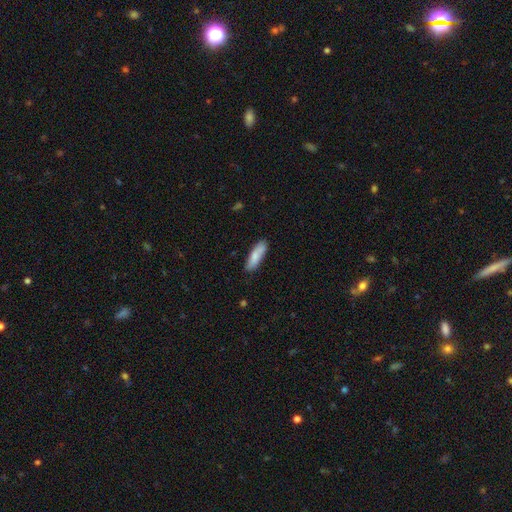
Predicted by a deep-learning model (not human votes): A smooth galaxy with no disk features (80%) that is cigar-shaped (52%). Merging: none (82%).